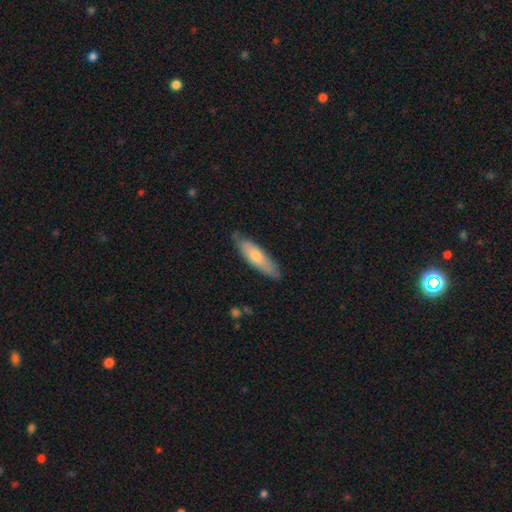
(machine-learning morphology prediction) type=smooth (50%); roundness=cigar-shaped (66%); merging=none (85%).